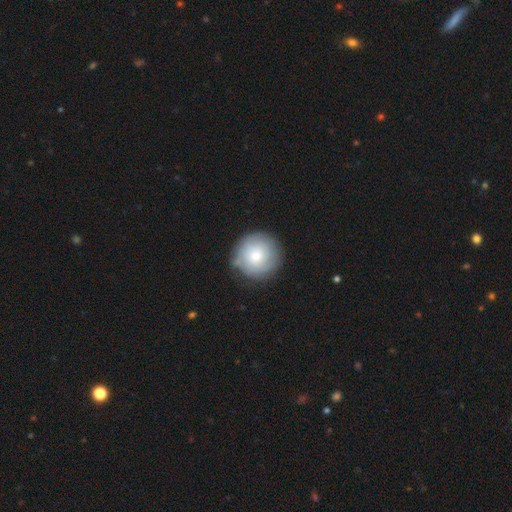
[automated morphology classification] smooth_or_featured: smooth (p=0.62) [alt: featured or disk p=0.31]
how_rounded: round (p=0.94) [alt: in between p=0.05]
merging: none (p=0.76) [alt: minor disturbance p=0.17]